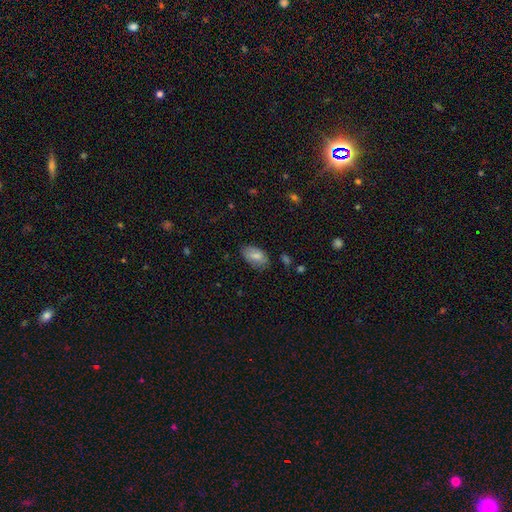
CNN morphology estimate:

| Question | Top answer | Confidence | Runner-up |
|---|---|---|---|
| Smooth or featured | smooth | 77% | featured or disk (16%) |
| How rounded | in between | 93% | round (5%) |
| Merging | none | 73% | minor disturbance (21%) |